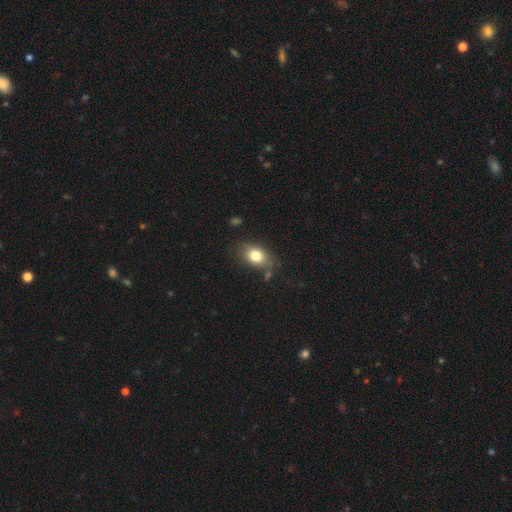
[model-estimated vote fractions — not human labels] Morphology: type=smooth (80%); roundness=in between (76%); merging=none (72%).